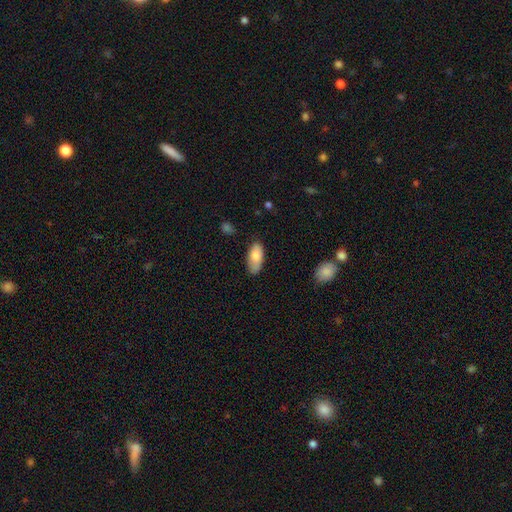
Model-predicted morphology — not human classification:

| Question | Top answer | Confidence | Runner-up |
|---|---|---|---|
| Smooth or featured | smooth | 82% | featured or disk (12%) |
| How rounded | in between | 90% | cigar-shaped (8%) |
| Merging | none | 72% | minor disturbance (23%) |